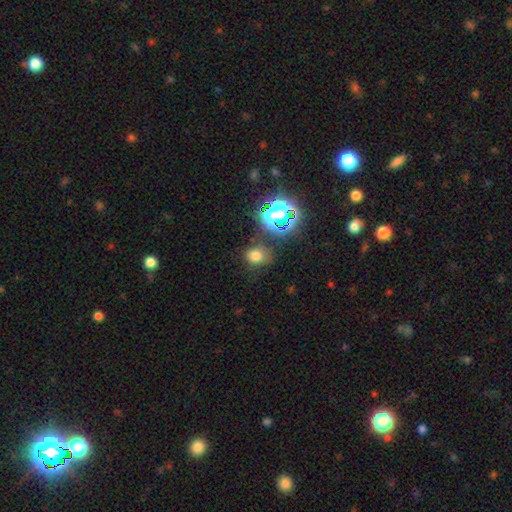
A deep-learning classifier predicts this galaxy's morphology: Smooth or featured: smooth — 67% (star or artifact — 25%)
How rounded: round — 62% (in between — 37%)
Merging: none — 71% (minor disturbance — 17%)